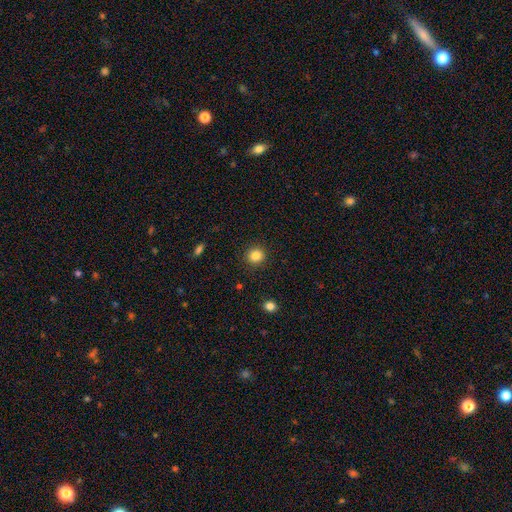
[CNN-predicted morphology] Smooth or featured? Predicted: smooth (p=0.85). How rounded? Predicted: round (p=0.87). Merging? Predicted: none (p=0.90).